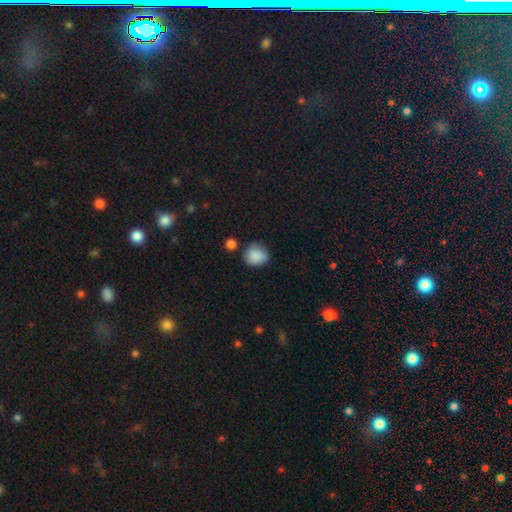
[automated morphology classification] type=smooth (87%); roundness=round (77%); merging=none (67%).